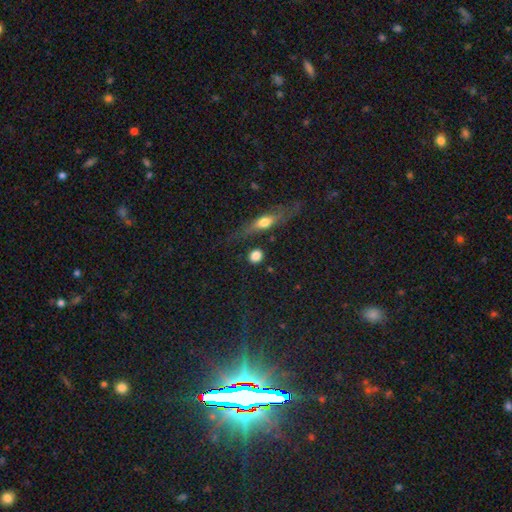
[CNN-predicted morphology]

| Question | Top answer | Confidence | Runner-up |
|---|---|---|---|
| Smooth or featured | smooth | 82% | star or artifact (9%) |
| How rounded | round | 80% | in between (15%) |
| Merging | none | 83% | minor disturbance (9%) |